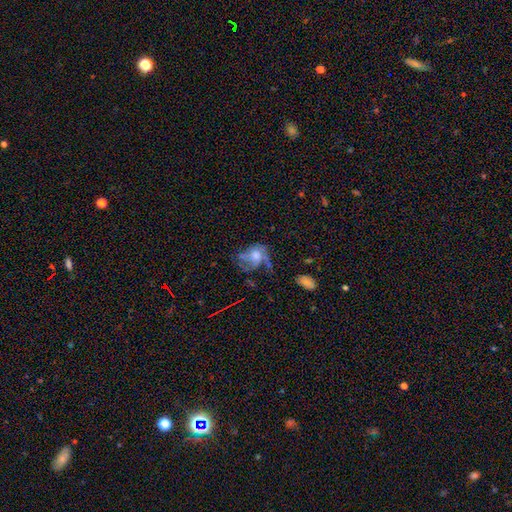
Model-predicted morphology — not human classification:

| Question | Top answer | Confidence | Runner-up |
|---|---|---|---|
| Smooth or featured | featured or disk | 55% | smooth (33%) |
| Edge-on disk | no | 97% | yes (3%) |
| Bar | no | 81% | weak (16%) |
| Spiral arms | yes | 64% | no (36%) |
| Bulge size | moderate | 55% | large (21%) |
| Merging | none | 38% | major disturbance (35%) |